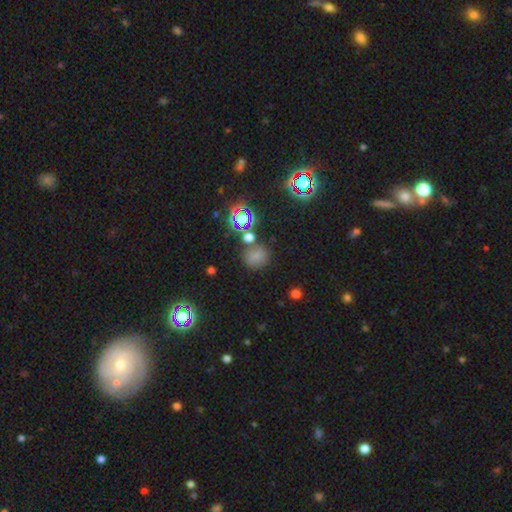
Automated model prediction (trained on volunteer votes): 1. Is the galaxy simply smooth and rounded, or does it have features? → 63% smooth, 29% star or artifact, 8% featured or disk.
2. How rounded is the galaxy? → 80% round, 19% in between, 1% cigar-shaped.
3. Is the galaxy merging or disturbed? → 70% none, 13% minor disturbance, 12% merger, 5% major disturbance.